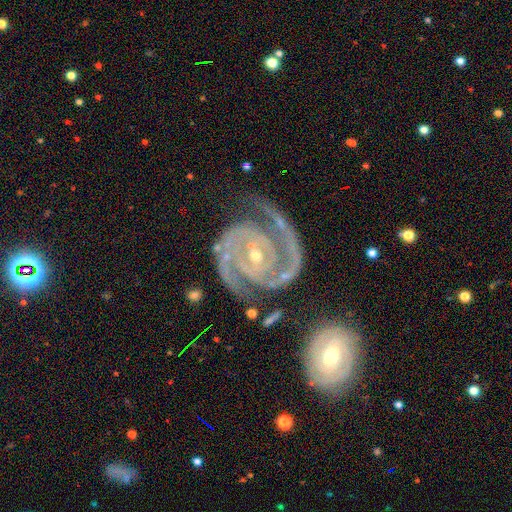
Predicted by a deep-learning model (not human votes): Smooth or featured? Predicted: featured or disk (p=0.92). Edge-on disk? Predicted: no (p=0.98). Bar? Predicted: no (p=0.59). Spiral arms? Predicted: yes (p=0.98). Spiral winding? Predicted: tight (p=0.56). Spiral arm count? Predicted: 2 (p=0.77). Bulge size? Predicted: small (p=0.65). Merging? Predicted: none (p=0.56).